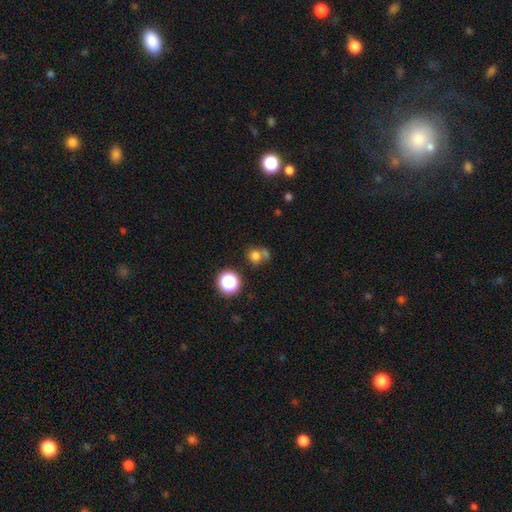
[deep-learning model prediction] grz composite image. It shows a smooth galaxy with no disk features (72%) that is round (76%). Merging: none (50%).